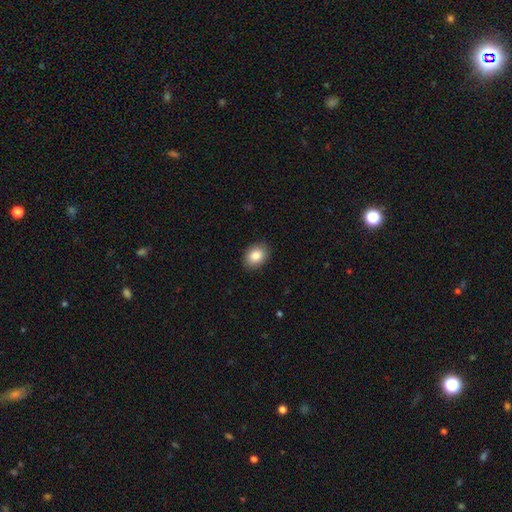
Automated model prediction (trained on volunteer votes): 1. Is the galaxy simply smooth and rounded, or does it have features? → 85% smooth, 8% star or artifact, 7% featured or disk.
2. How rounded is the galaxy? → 71% in between, 29% round, 1% cigar-shaped.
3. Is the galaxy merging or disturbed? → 88% none, 9% minor disturbance, 2% major disturbance, 1% merger.